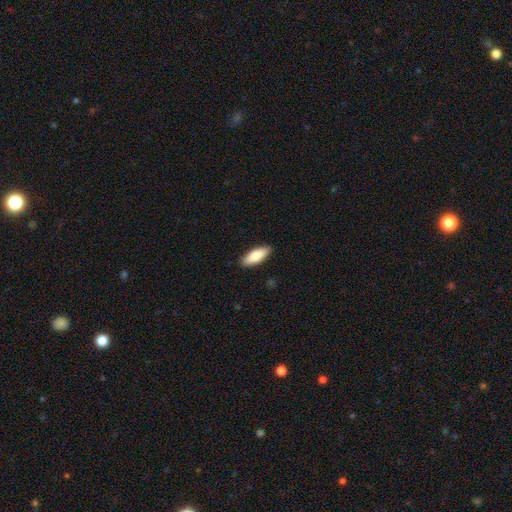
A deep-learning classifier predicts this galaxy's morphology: A smooth galaxy with no disk features (81%) that is in between round and cigar-shaped (68%). Merging: none (89%).